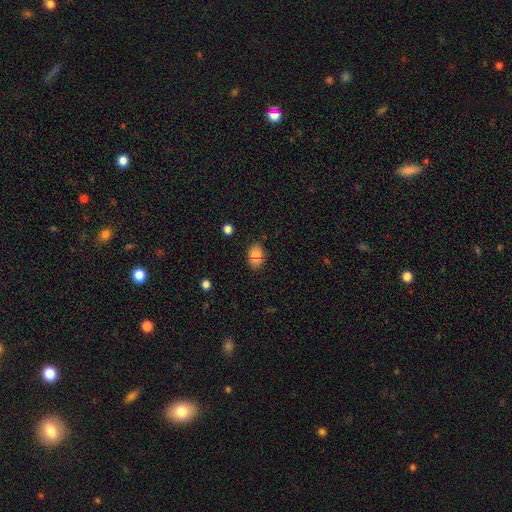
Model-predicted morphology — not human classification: Q: Smooth or featured?
A: smooth (80%); runner-up: star or artifact (10%)
Q: How rounded?
A: in between (84%); runner-up: round (15%)
Q: Merging?
A: none (79%); runner-up: minor disturbance (14%)